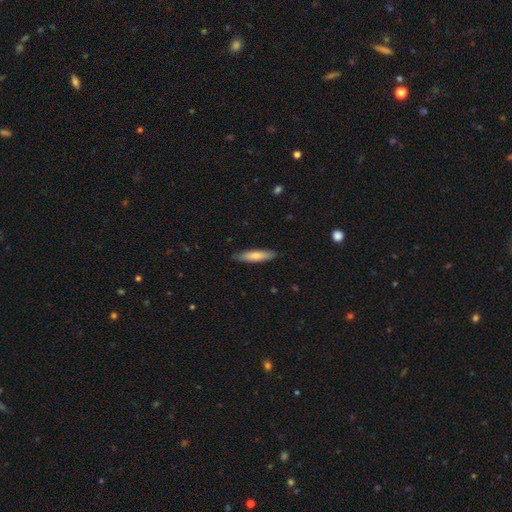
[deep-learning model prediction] Smooth or featured? smooth (70%)
How rounded? cigar-shaped (78%)
Merging? none (86%)